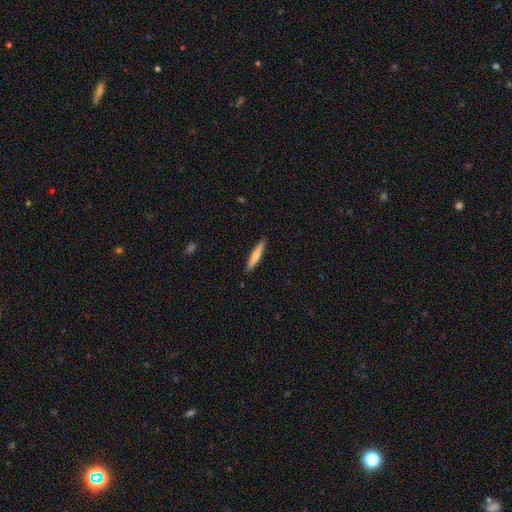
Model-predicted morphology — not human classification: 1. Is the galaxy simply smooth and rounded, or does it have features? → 72% smooth, 22% featured or disk, 5% star or artifact.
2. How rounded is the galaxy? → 91% cigar-shaped, 8% in between, 1% round.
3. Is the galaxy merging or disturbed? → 91% none, 7% minor disturbance, 1% major disturbance, 1% merger.